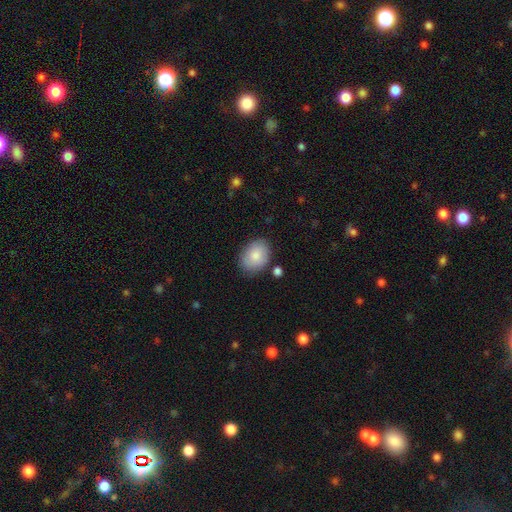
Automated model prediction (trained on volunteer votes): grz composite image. It shows a smooth galaxy with no disk features (84%) that is in between round and cigar-shaped (70%). Merging: none (79%).